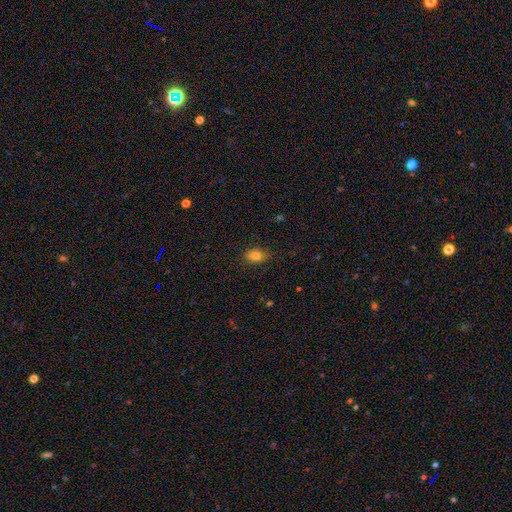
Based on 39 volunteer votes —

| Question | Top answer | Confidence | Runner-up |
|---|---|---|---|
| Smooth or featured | smooth | 92% | star or artifact (5%) |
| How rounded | in between | 92% | round (8%) |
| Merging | none | 86% | minor disturbance (8%) |